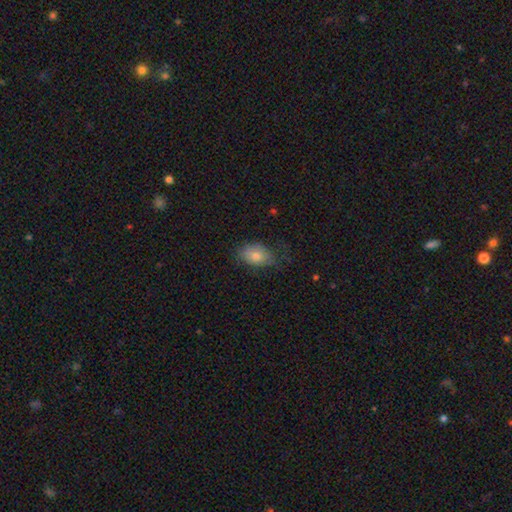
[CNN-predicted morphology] This appears to be a smooth galaxy with no disk features (80%) that is in between round and cigar-shaped (83%). Merging: none (64%).